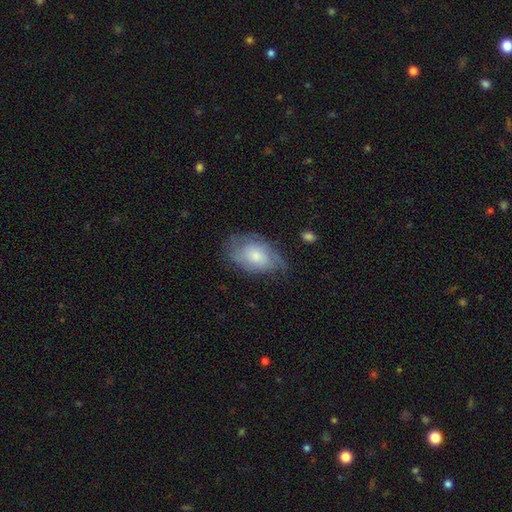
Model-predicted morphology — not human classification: The model was most divided on "smooth or featured": featured or disk: 47%, smooth: 46%, star or artifact: 7%. More confident: merging — none (56%).